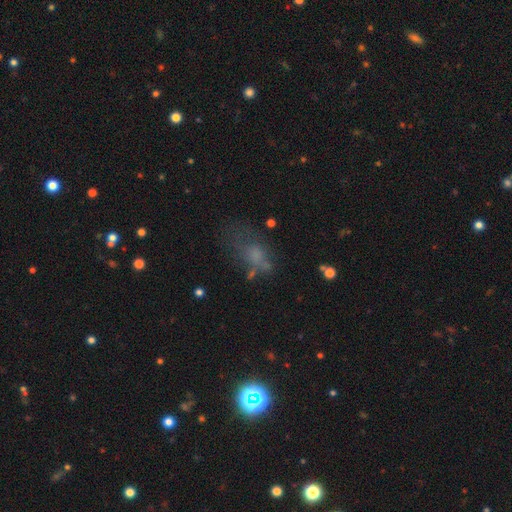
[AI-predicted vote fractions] Smooth or featured: smooth — 57% (featured or disk — 25%)
How rounded: in between — 78% (round — 16%)
Merging: none — 40% (major disturbance — 30%)